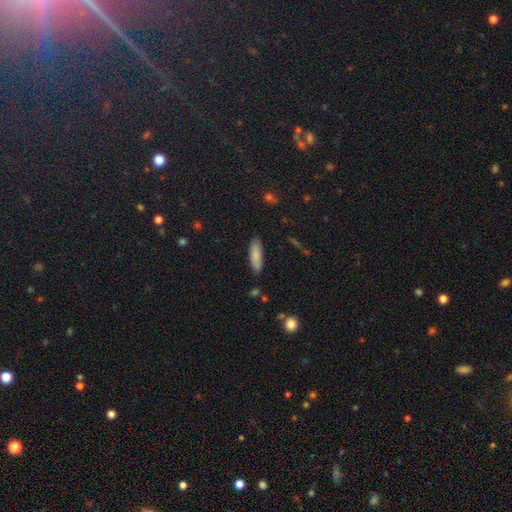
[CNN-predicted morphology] Smooth or featured? Predicted: smooth (p=0.84). How rounded? Predicted: in between (p=0.50). Merging? Predicted: none (p=0.82).